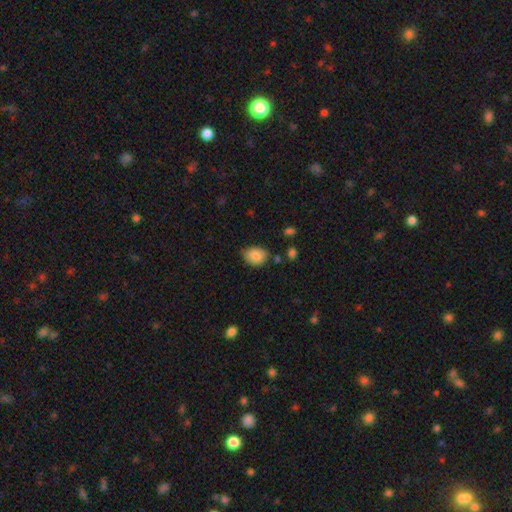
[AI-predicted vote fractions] This is clearly a smooth galaxy (85%). How rounded: possibly in between (57%). Merging: likely none (69%).